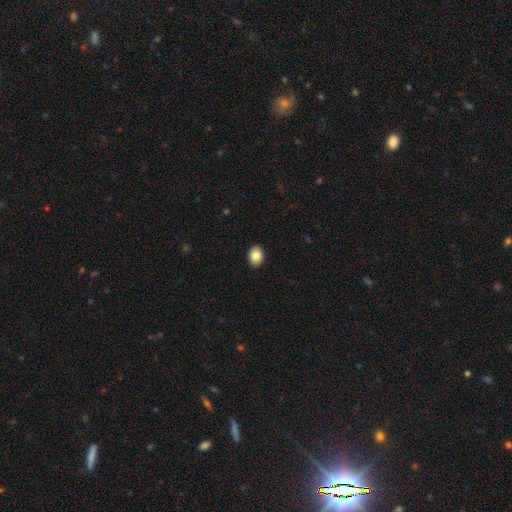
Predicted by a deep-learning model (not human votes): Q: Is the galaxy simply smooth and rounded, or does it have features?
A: smooth — 86%.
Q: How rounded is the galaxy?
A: in between — 73%.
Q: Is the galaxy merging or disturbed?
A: none — 91%.